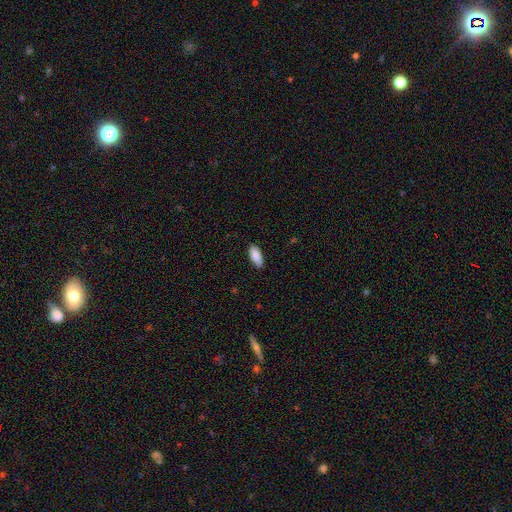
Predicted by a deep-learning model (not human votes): The model was most divided on "merging": none: 82%, minor disturbance: 15%, major disturbance: 2%, merger: 1%. More confident: how rounded — in between (88%); smooth or featured — smooth (88%).